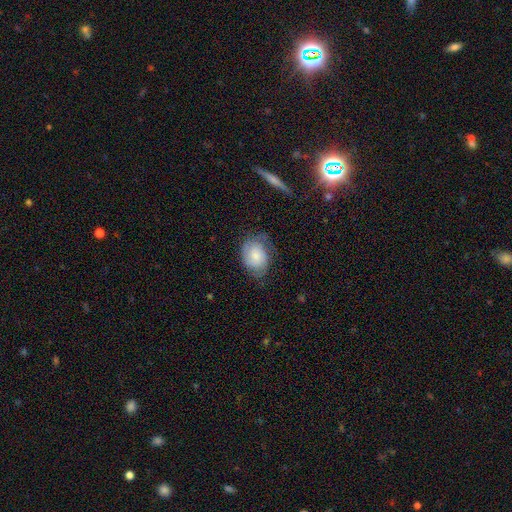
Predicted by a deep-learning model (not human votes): Morphology: type=smooth (52%); roundness=in between (70%); merging=none (59%).